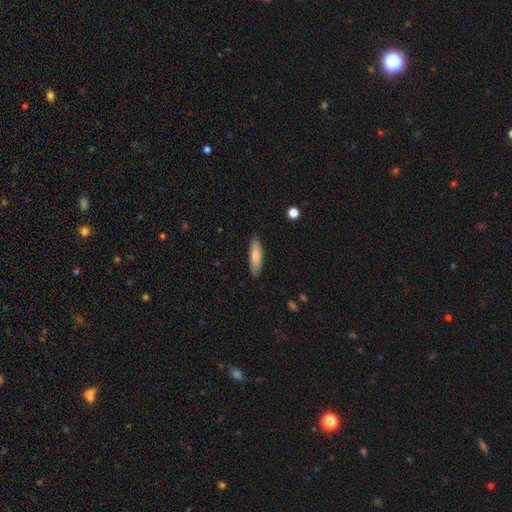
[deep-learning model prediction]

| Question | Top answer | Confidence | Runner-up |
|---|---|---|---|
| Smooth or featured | smooth | 78% | featured or disk (16%) |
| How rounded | cigar-shaped | 63% | in between (35%) |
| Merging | none | 87% | minor disturbance (10%) |